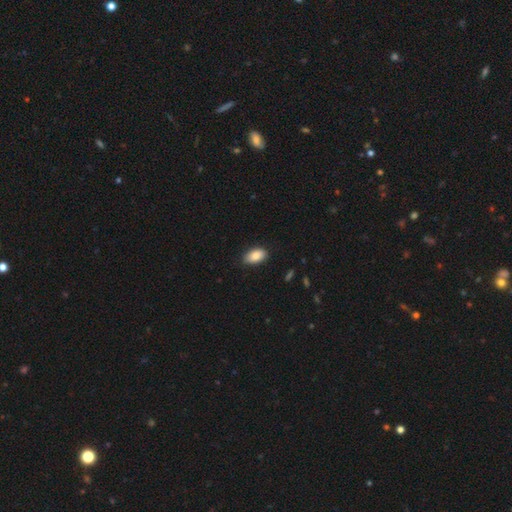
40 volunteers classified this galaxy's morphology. A smooth galaxy with no disk features (78%) that is in between round and cigar-shaped (97%).

Vote fractions:
- Smooth or featured? smooth: 78% / featured or disk: 15% / star or artifact: 8%
- How rounded? in between: 97% / cigar-shaped: 3% / round: 0%
- Merging? none: 76% / minor disturbance: 24% / major disturbance: 0% / merger: 0%